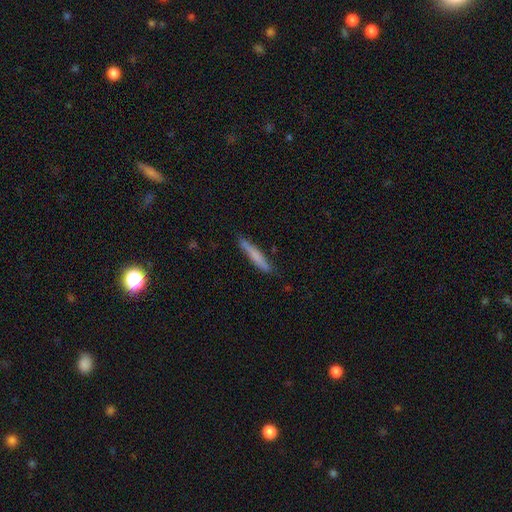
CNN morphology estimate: Smooth or featured?
  - smooth: 69% *
  - featured or disk: 25%
  - star or artifact: 6%
How rounded?
  - cigar-shaped: 95% *
  - in between: 4%
  - round: 1%
Merging?
  - none: 85% *
  - minor disturbance: 12%
  - major disturbance: 2%
  - merger: 2%